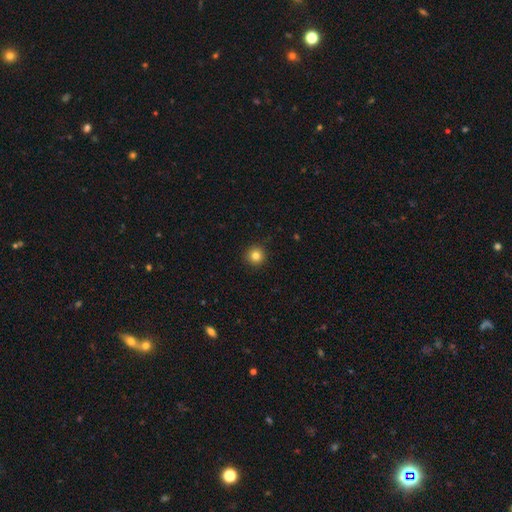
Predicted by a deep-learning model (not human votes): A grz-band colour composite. It shows a smooth galaxy with no disk features (83%) that is round (95%). Merging: none (92%).